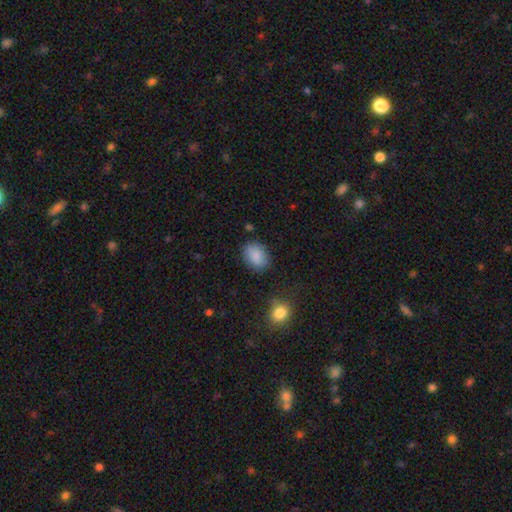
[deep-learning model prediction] Smooth or featured: smooth — 87% (star or artifact — 8%)
How rounded: in between — 69% (round — 30%)
Merging: none — 81% (minor disturbance — 14%)